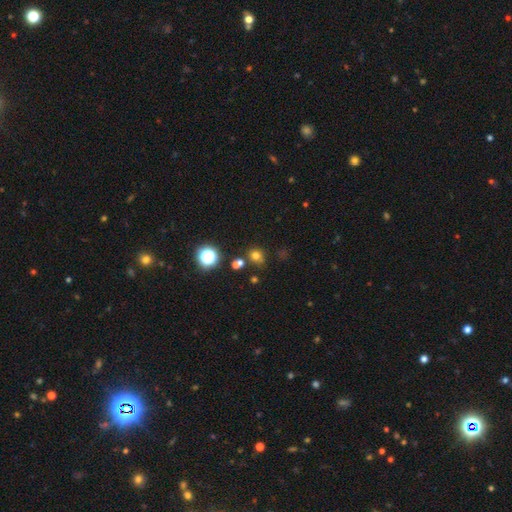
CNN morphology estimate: smooth-or-featured: smooth: 71% | star or artifact: 22% | featured or disk: 7%
  how-rounded: round: 78% | in between: 21% | cigar-shaped: 1%
  merging: none: 73% | minor disturbance: 12% | merger: 11% | major disturbance: 5%